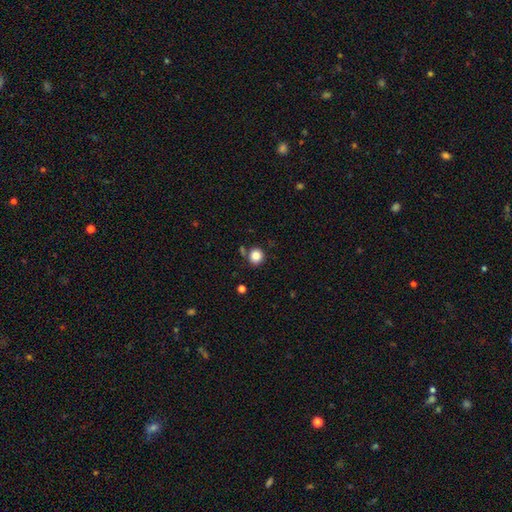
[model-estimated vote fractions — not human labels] Smooth or featured? smooth (85%)
How rounded? round (87%)
Merging? none (80%)